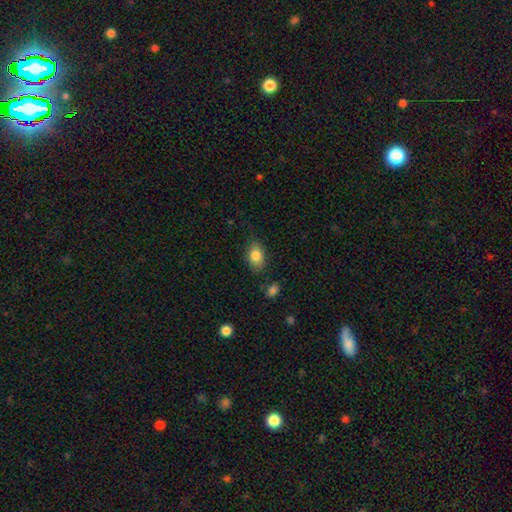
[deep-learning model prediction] The model was most divided on "how rounded": in between: 81%, round: 18%, cigar-shaped: 1%. More confident: smooth or featured — smooth (84%); merging — none (78%).